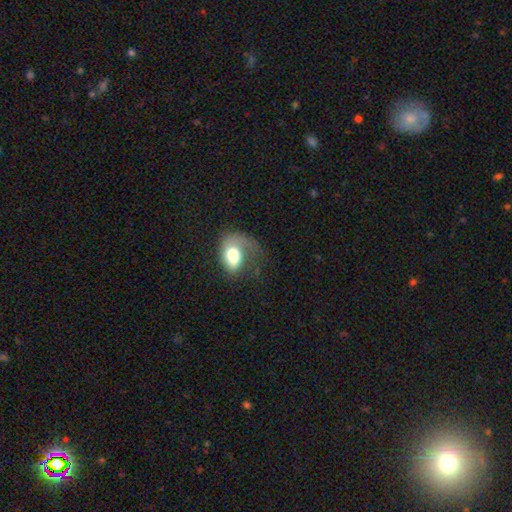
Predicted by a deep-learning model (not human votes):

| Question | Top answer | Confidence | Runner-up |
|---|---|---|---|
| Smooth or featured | featured or disk | 52% | smooth (34%) |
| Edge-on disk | no | 96% | yes (4%) |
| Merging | none | 42% | major disturbance (33%) |